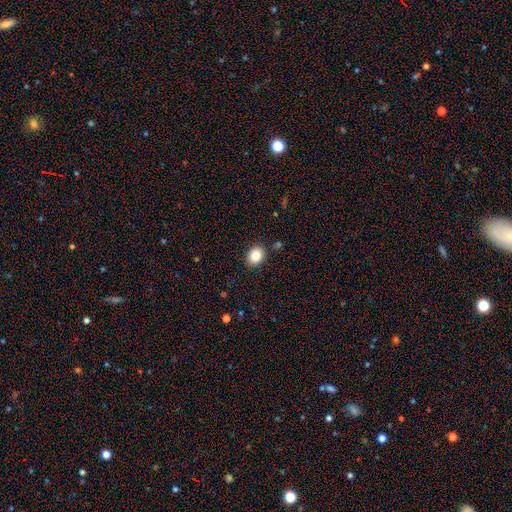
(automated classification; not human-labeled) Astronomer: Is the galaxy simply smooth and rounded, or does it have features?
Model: smooth — 84%.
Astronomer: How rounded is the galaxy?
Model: in between — 54% (runner-up: round, 45%).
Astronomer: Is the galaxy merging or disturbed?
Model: none — 89%.